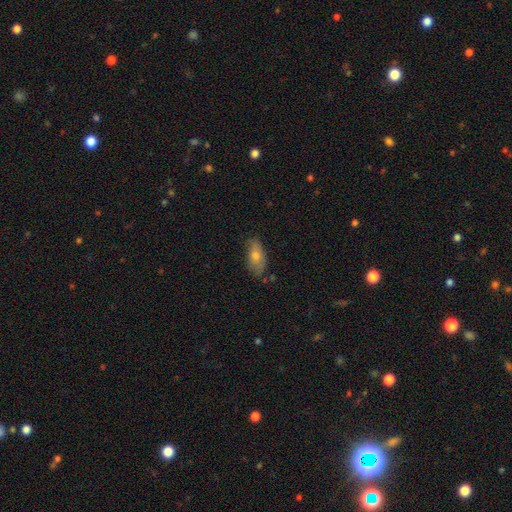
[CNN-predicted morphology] A smooth galaxy with no disk features (67%) that is in between round and cigar-shaped (85%). Merging: none (72%).